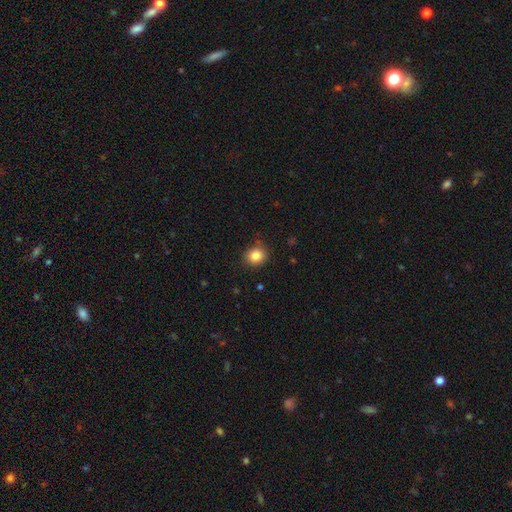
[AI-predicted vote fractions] Smooth or featured: smooth — 84% (star or artifact — 10%)
How rounded: round — 81% (in between — 18%)
Merging: none — 85% (minor disturbance — 12%)